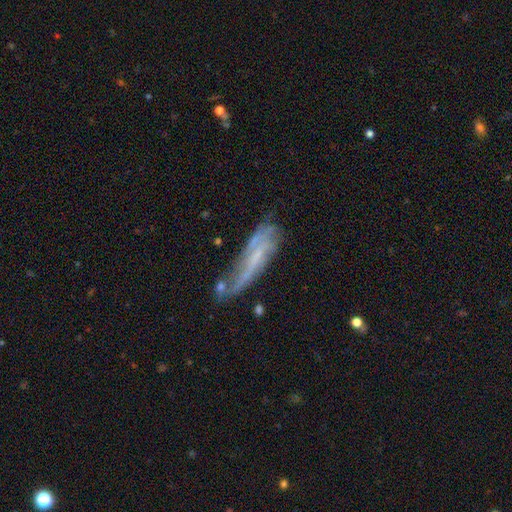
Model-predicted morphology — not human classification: This is likely a featured or disk galaxy (61%). It is likely not viewed edge-on (66%). Merging: marginally none (42%).